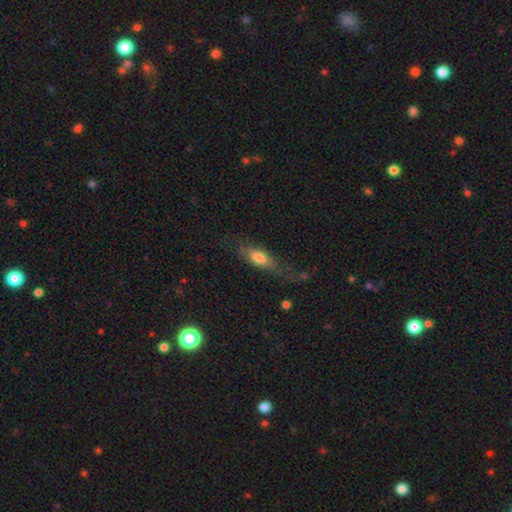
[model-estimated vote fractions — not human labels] Morphology: type=smooth (58%); roundness=in between (49%); merging=none (53%).